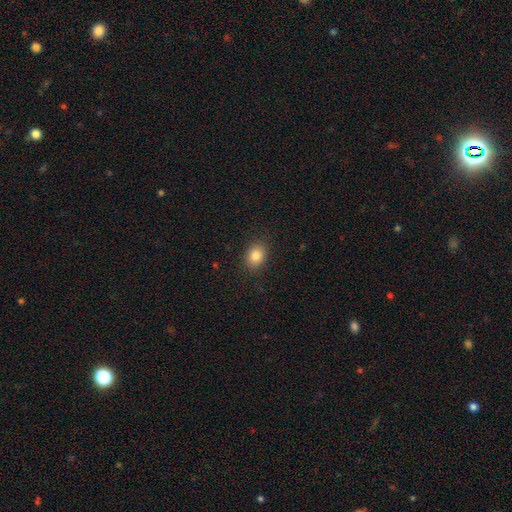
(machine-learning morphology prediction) smooth-or-featured: smooth: 83% | star or artifact: 10% | featured or disk: 7%
  how-rounded: in between: 63% | round: 36% | cigar-shaped: 1%
  merging: none: 88% | minor disturbance: 9% | major disturbance: 2% | merger: 1%